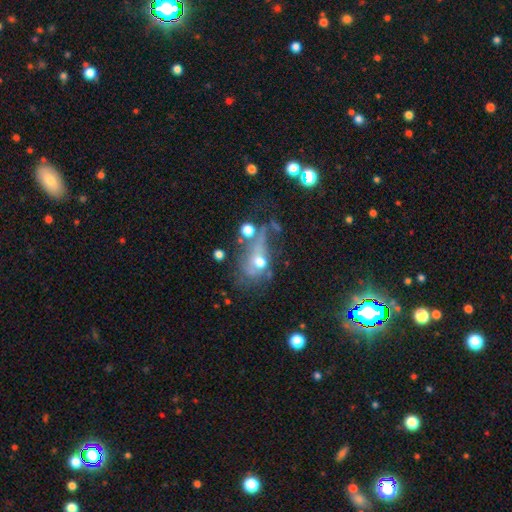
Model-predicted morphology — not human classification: featured or disk 44%, smooth 28%, star or artifact 28%. Down the decision tree: merging — major disturbance (31%).